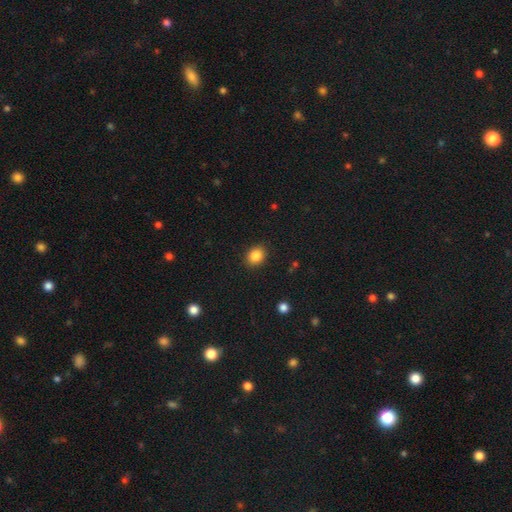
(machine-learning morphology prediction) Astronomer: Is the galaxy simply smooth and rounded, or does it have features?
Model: smooth — 86%.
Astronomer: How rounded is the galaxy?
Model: round — 59% (runner-up: in between, 40%).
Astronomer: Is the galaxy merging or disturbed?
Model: none — 90%.